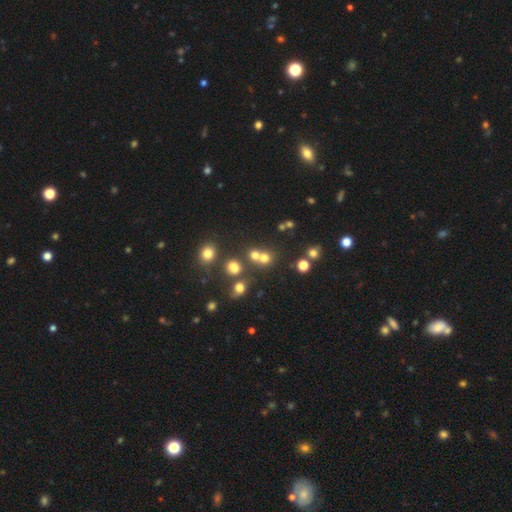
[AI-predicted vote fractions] The model was most divided on "merging": none: 49%, merger: 38%, minor disturbance: 8%, major disturbance: 5%. More confident: how rounded — round (83%); smooth or featured — smooth (66%).